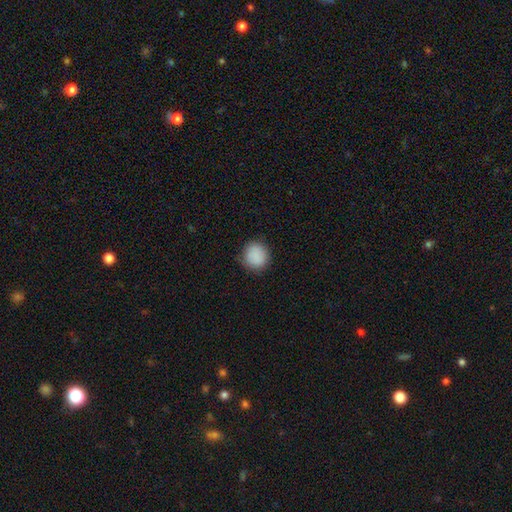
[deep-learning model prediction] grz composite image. It shows a smooth galaxy with no disk features (89%) that is round (88%). Merging: none (86%).